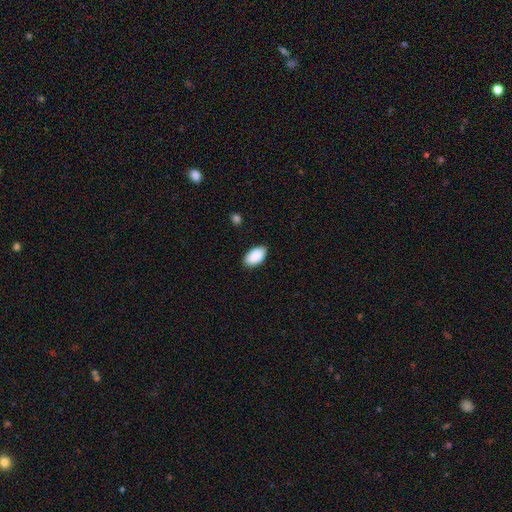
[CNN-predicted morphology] Q: Smooth or featured?
A: smooth (89%); runner-up: star or artifact (6%)
Q: How rounded?
A: in between (95%); runner-up: round (4%)
Q: Merging?
A: none (82%); runner-up: minor disturbance (14%)